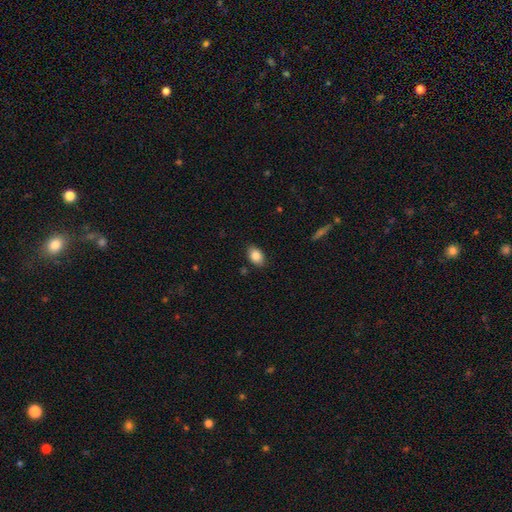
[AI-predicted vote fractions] Smooth or featured: smooth — 86% (star or artifact — 8%)
How rounded: in between — 84% (round — 14%)
Merging: none — 86% (minor disturbance — 10%)